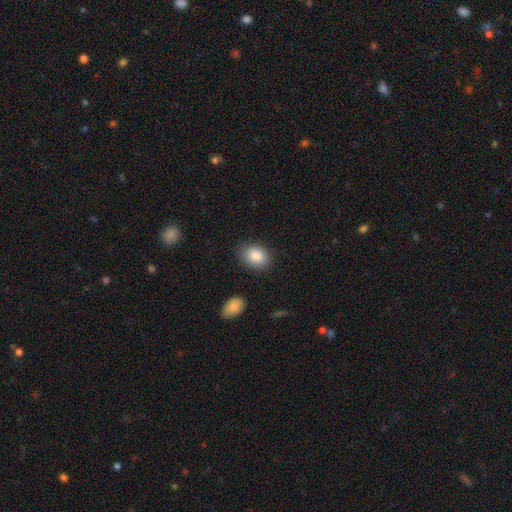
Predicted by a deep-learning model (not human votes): A smooth galaxy with no disk features (87%) that is in between round and cigar-shaped (75%). Merging: none (82%).